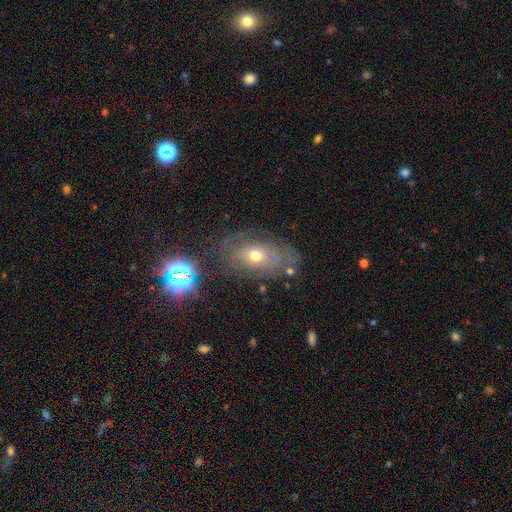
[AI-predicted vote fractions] Smooth or featured? smooth (48%)
Merging? none (64%)